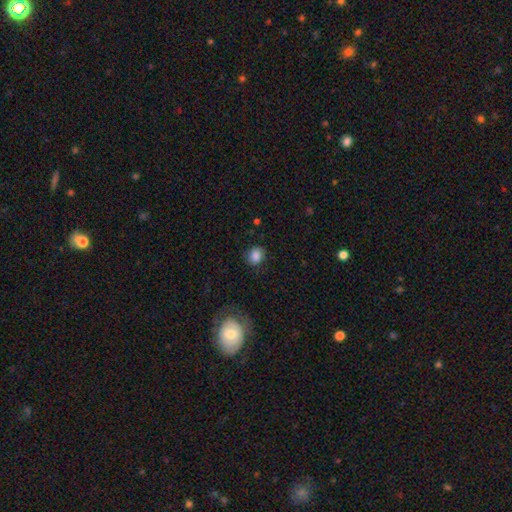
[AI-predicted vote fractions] Smooth or featured? Predicted: smooth (p=0.84). How rounded? Predicted: round (p=0.69). Merging? Predicted: none (p=0.80).